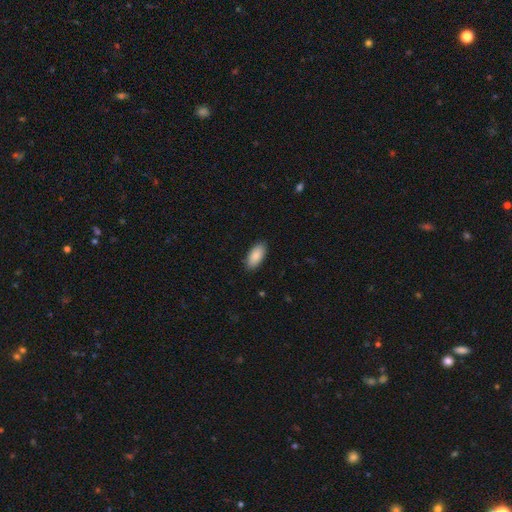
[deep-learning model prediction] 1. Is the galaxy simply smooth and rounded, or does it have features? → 89% smooth, 6% star or artifact, 5% featured or disk.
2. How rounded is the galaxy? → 92% in between, 6% cigar-shaped, 2% round.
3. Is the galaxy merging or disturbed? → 88% none, 9% minor disturbance, 2% major disturbance, 1% merger.